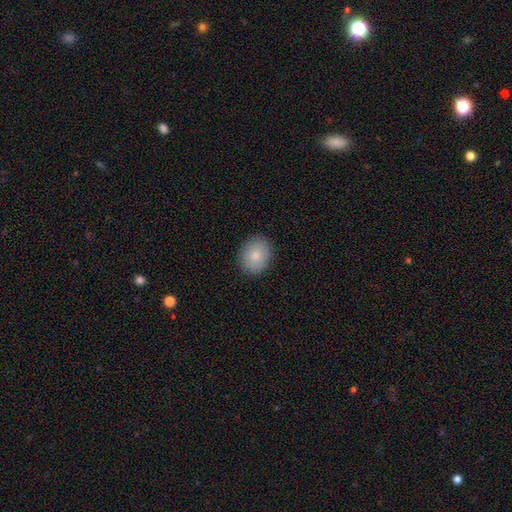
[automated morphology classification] The model was most divided on "how rounded": round: 50%, in between: 49%, cigar-shaped: 1%. More confident: merging — none (89%); smooth or featured — smooth (83%).